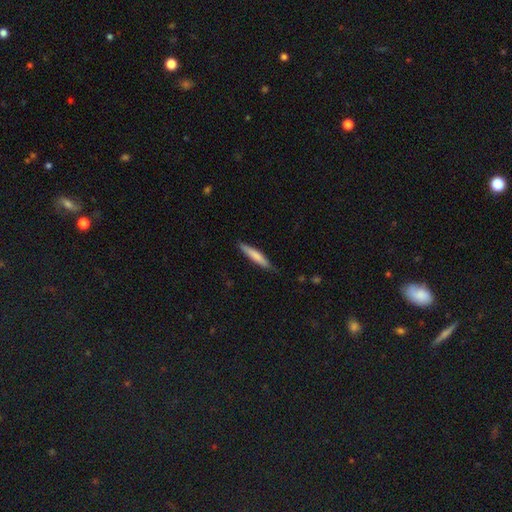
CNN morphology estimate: smooth 73%, featured or disk 22%, star or artifact 5%. Down the decision tree: how rounded — cigar-shaped (92%); merging — none (83%).